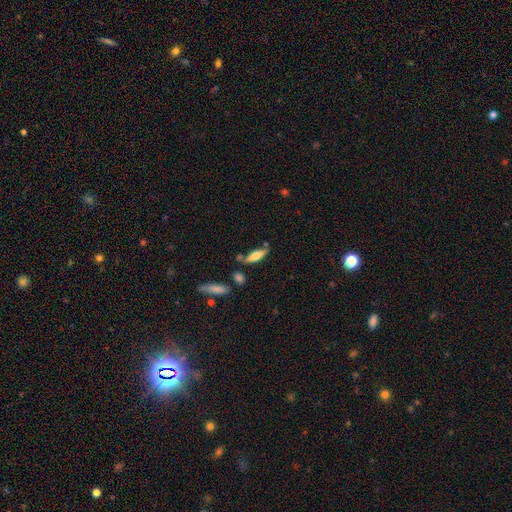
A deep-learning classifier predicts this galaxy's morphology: This is possibly a smooth galaxy (59%). How rounded: possibly cigar-shaped (57%). Merging: likely none (67%).